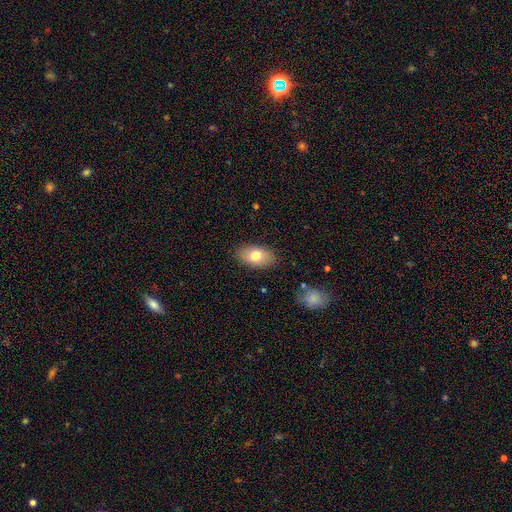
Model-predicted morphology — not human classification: Smooth or featured? smooth (77%)
How rounded? in between (93%)
Merging? none (86%)